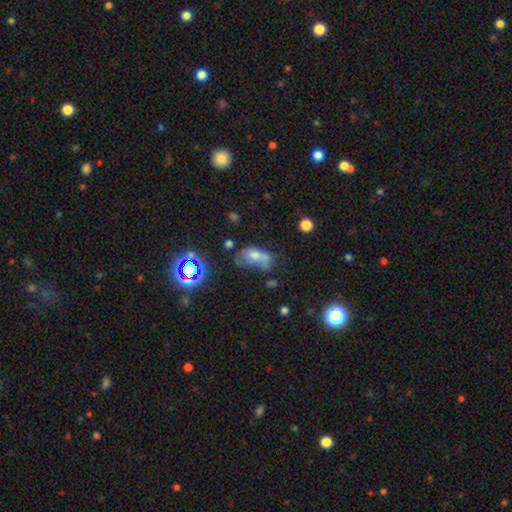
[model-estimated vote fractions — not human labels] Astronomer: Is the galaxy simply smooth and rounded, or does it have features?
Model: smooth — 47% (runner-up: featured or disk, 29%).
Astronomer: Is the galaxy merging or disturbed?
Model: major disturbance — 32% (runner-up: none, 24%).